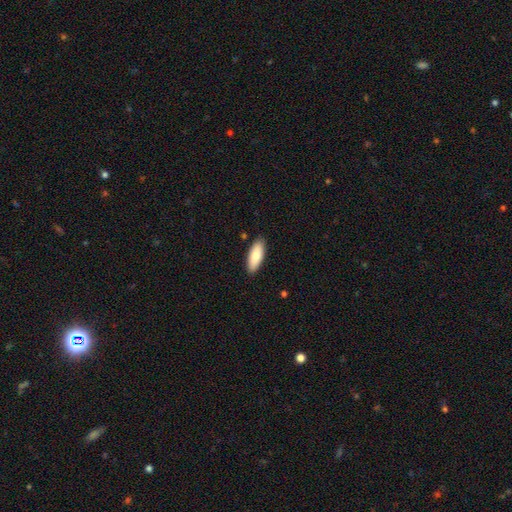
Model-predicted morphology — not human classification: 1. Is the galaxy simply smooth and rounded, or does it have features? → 82% smooth, 13% featured or disk, 6% star or artifact.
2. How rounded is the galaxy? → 74% in between, 24% cigar-shaped, 2% round.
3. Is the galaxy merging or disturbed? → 89% none, 8% minor disturbance, 2% major disturbance, 1% merger.